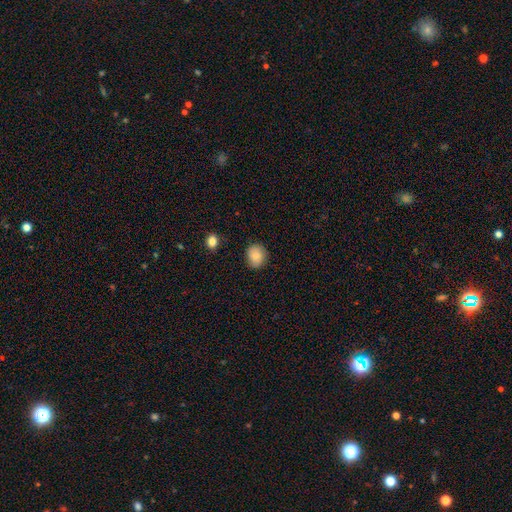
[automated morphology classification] Smooth or featured? smooth (83%)
How rounded? round (72%)
Merging? none (84%)